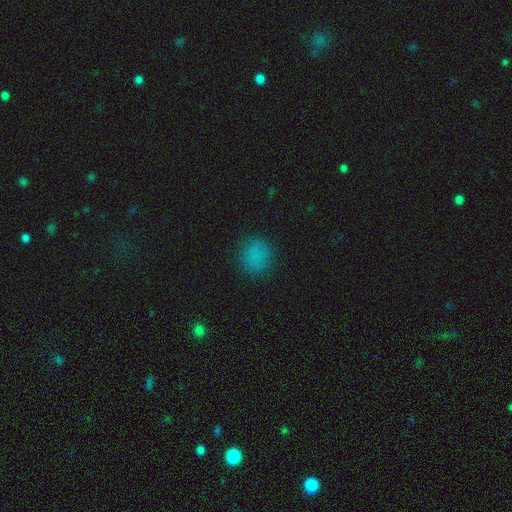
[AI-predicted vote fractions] Q: Smooth or featured?
A: smooth (81%); runner-up: star or artifact (15%)
Q: How rounded?
A: round (81%); runner-up: in between (18%)
Q: Merging?
A: none (86%); runner-up: minor disturbance (10%)